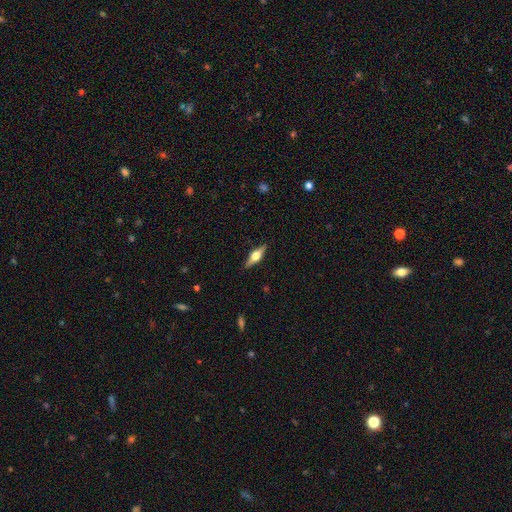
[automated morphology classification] smooth_or_featured: featured or disk (p=0.68) [alt: smooth p=0.26]
disk_edge_on: yes (p=0.96) [alt: no p=0.04]
edge_on_bulge: rounded (p=0.92) [alt: boxy p=0.06]
merging: none (p=0.88) [alt: minor disturbance p=0.09]